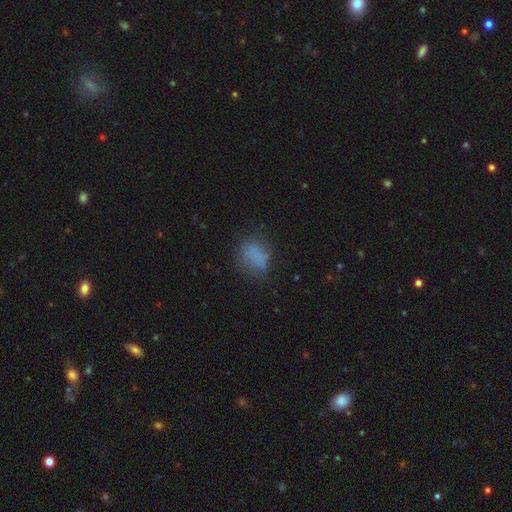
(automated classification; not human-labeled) This appears to be a smooth galaxy with no disk features (76%) that is in between round and cigar-shaped (59%). Merging: none (64%).